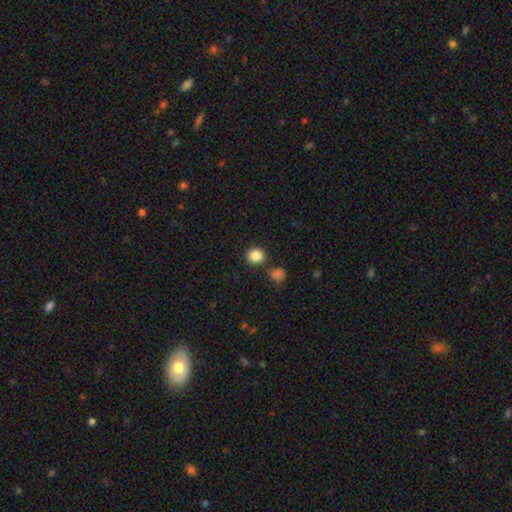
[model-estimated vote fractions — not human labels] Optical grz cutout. It shows a smooth galaxy with no disk features (87%) that is round (87%). Merging: none (79%).